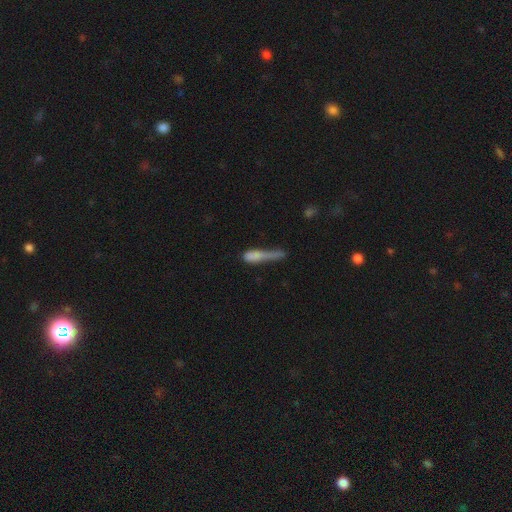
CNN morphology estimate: The model was most divided on "merging": major disturbance: 32%, none: 27%, minor disturbance: 27%, merger: 14%. More confident: how rounded — cigar-shaped (73%); smooth or featured — smooth (70%).